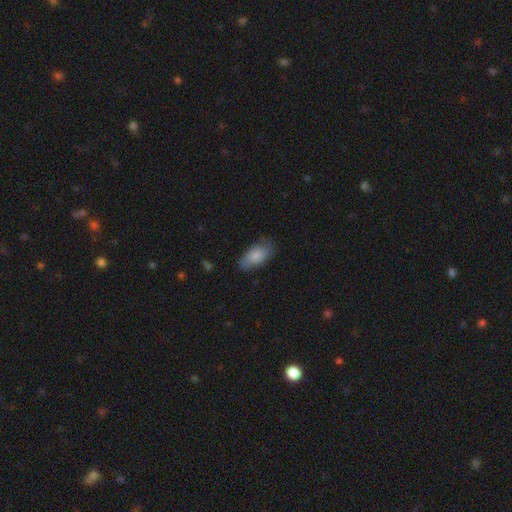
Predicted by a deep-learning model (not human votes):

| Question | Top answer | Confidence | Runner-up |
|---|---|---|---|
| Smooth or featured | smooth | 82% | featured or disk (12%) |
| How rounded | in between | 91% | cigar-shaped (6%) |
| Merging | none | 73% | minor disturbance (21%) |